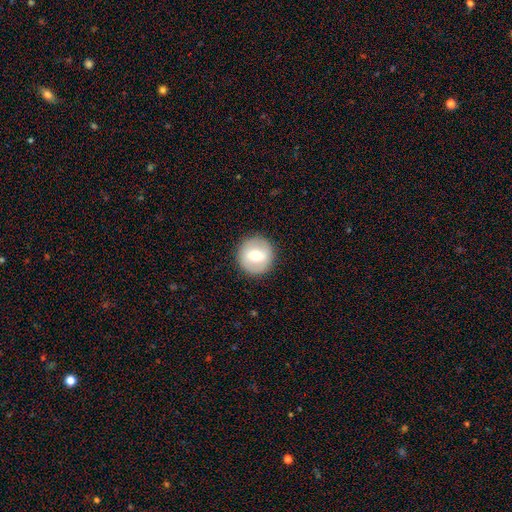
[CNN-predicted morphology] Smooth or featured? smooth (59%)
How rounded? round (95%)
Merging? none (90%)